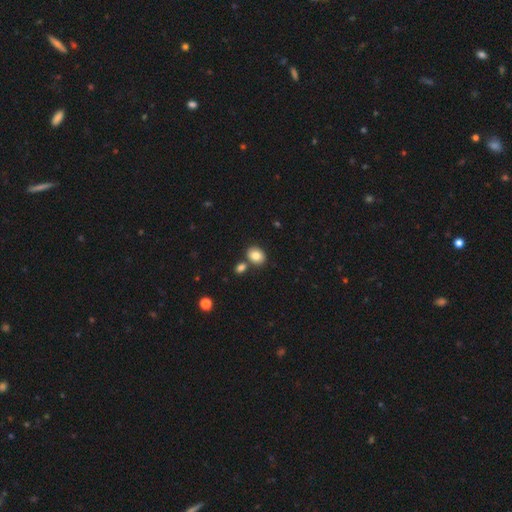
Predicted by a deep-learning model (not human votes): Smooth or featured? Predicted: smooth (p=0.83). How rounded? Predicted: in between (p=0.56). Merging? Predicted: none (p=0.70).